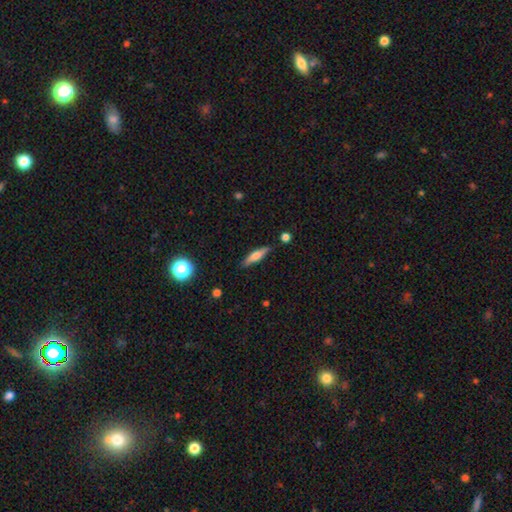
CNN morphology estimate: The model was most divided on "smooth or featured": smooth: 53%, featured or disk: 40%, star or artifact: 7%. More confident: merging — none (85%); how rounded — cigar-shaped (77%).